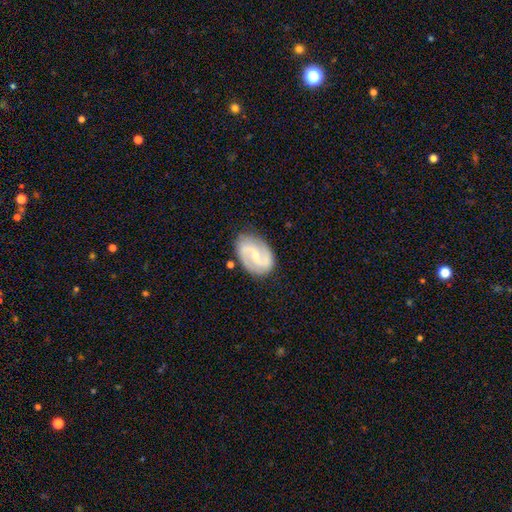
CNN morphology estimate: featured or disk 84%, smooth 12%, star or artifact 5%. Down the decision tree: edge-on disk — no (98%); bar — weak (49%); spiral arms — yes (95%); spiral arm count — 2 (92%); spiral winding — medium (49%); bulge size — small (67%); merging — none (83%).